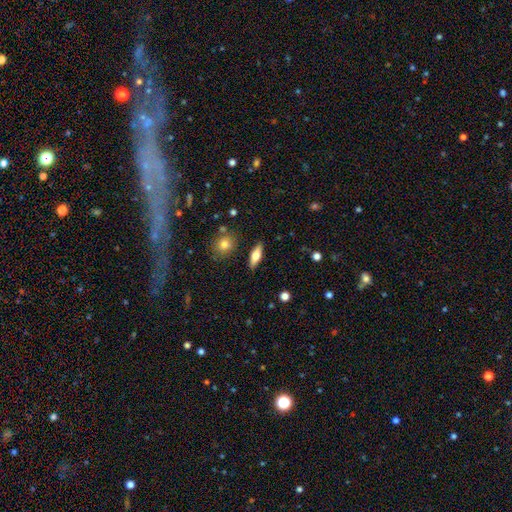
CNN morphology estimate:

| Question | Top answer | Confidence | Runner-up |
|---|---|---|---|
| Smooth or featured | smooth | 63% | featured or disk (30%) |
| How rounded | in between | 61% | cigar-shaped (35%) |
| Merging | none | 87% | minor disturbance (9%) |